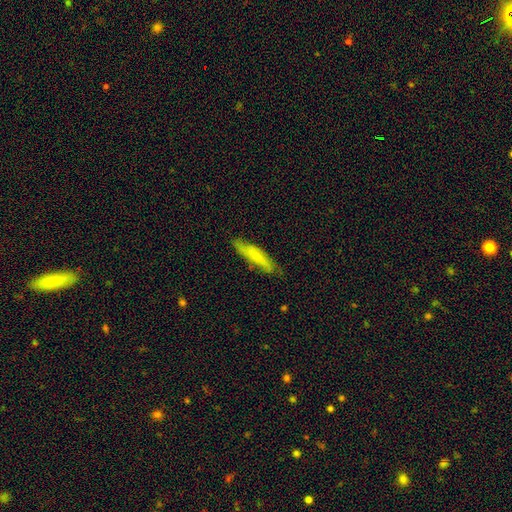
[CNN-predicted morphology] A smooth galaxy with no disk features (63%) that is cigar-shaped (81%). Merging: none (76%).